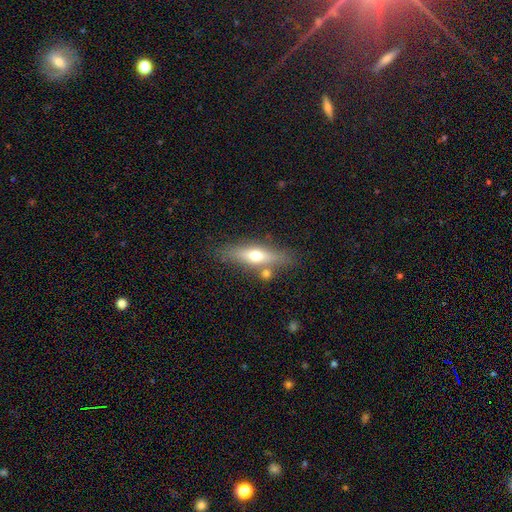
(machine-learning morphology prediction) type=smooth (47%); merging=none (72%).